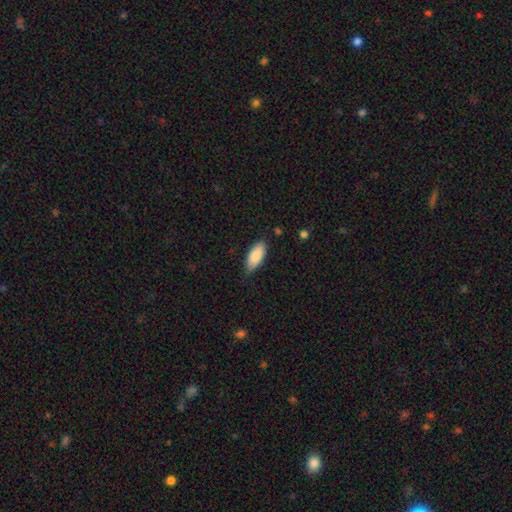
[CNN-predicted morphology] This is clearly a smooth galaxy (86%). How rounded: clearly in between (86%). Merging: likely none (75%).